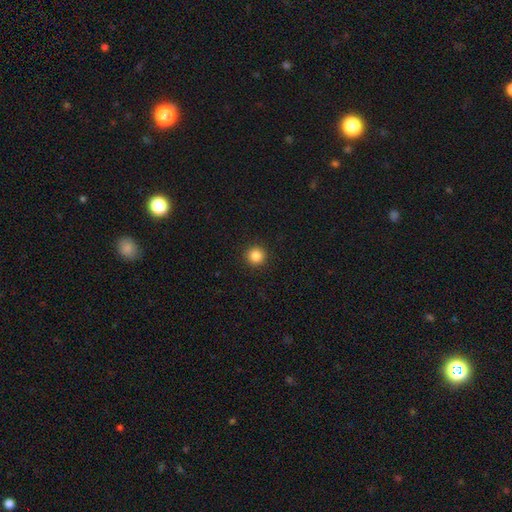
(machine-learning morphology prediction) smooth_or_featured: smooth (p=0.85) [alt: star or artifact p=0.11]
how_rounded: round (p=0.96) [alt: in between p=0.03]
merging: none (p=0.93) [alt: minor disturbance p=0.04]